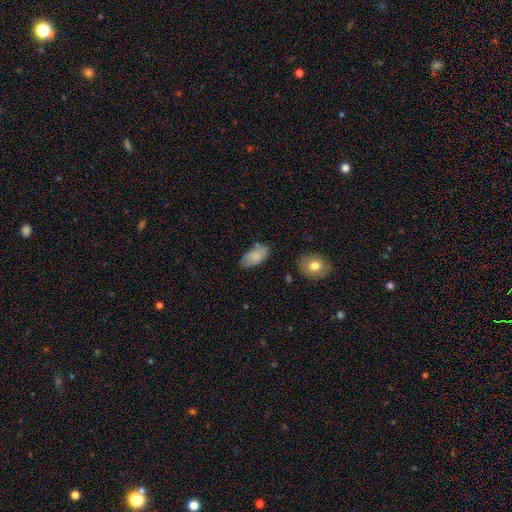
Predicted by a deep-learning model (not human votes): The model was most divided on "merging": none: 68%, minor disturbance: 23%, major disturbance: 5%, merger: 4%. More confident: how rounded — in between (94%); smooth or featured — smooth (83%).